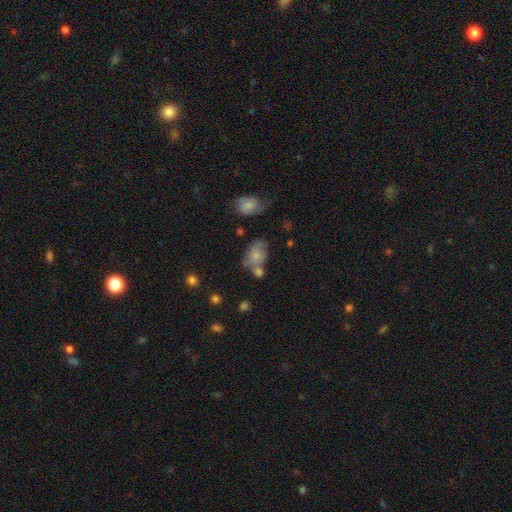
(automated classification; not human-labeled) Smooth or featured?
  - smooth: 64% *
  - featured or disk: 27%
  - star or artifact: 10%
How rounded?
  - in between: 75% *
  - round: 23%
  - cigar-shaped: 2%
Merging?
  - none: 40% *
  - merger: 25%
  - minor disturbance: 24%
  - major disturbance: 12%